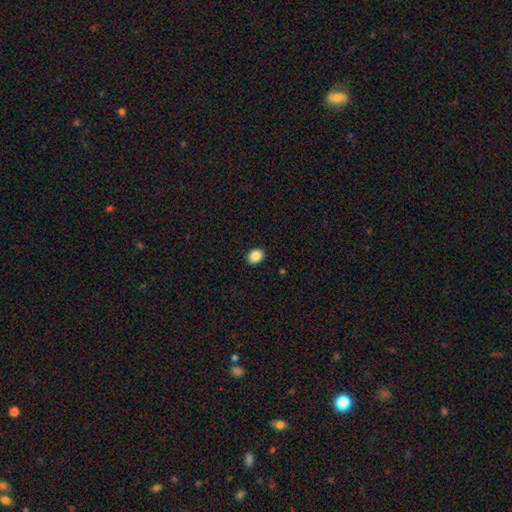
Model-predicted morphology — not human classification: A smooth galaxy with no disk features (88%) that is round (64%).

Vote fractions:
- Smooth or featured? smooth: 88% / star or artifact: 9% / featured or disk: 3%
- How rounded? round: 64% / in between: 35% / cigar-shaped: 1%
- Merging? none: 91% / minor disturbance: 6% / major disturbance: 2% / merger: 1%